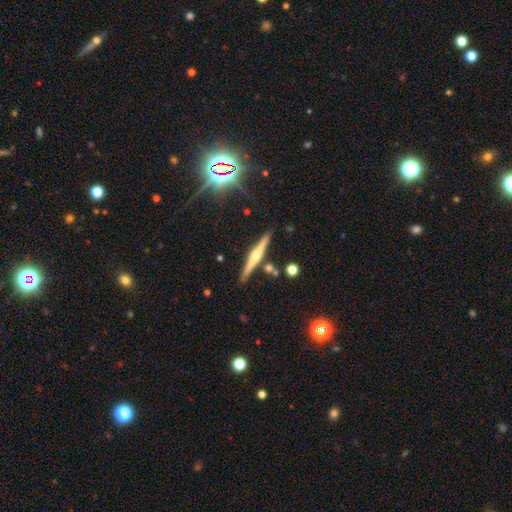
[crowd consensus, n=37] Volunteers were most divided on "smooth or featured": featured or disk: 73%, smooth: 22%, star or artifact: 5%. More confident: edge-on disk — yes (100%); edge-on bulge — rounded (100%); merging — none (86%).